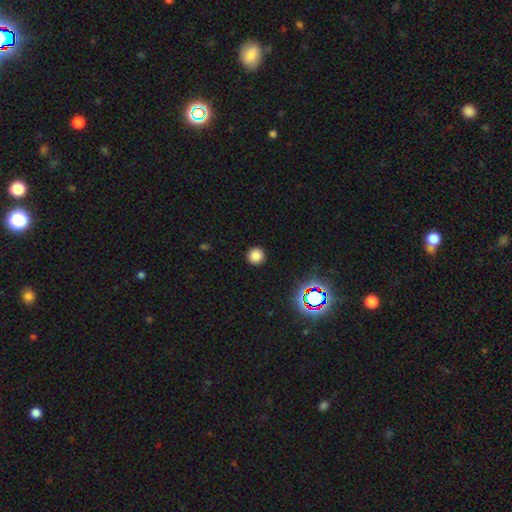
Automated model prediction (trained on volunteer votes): Smooth or featured? smooth (82%)
How rounded? round (95%)
Merging? none (92%)